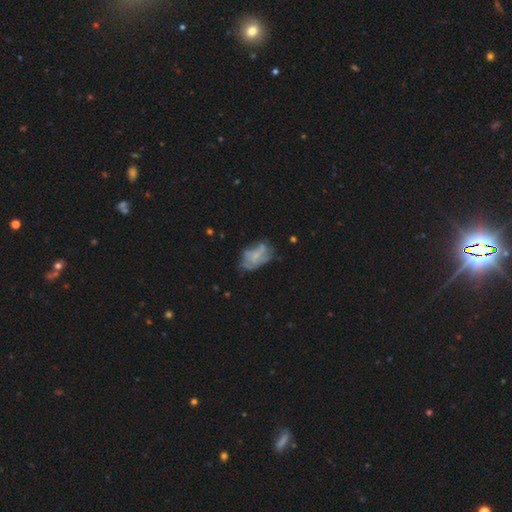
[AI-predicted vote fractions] Q: Smooth or featured?
A: featured or disk (56%); runner-up: smooth (34%)
Q: Edge-on disk?
A: no (97%); runner-up: yes (3%)
Q: Bar?
A: no (66%); runner-up: weak (27%)
Q: Spiral arms?
A: no (52%); runner-up: yes (48%)
Q: Bulge size?
A: small (53%); runner-up: none (30%)
Q: Merging?
A: none (45%); runner-up: minor disturbance (28%)